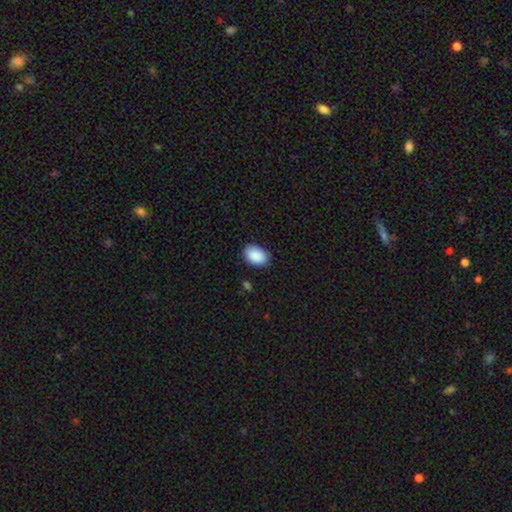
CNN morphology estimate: Overall: smooth (90%). How rounded: in between (84%). Merging: none (85%).